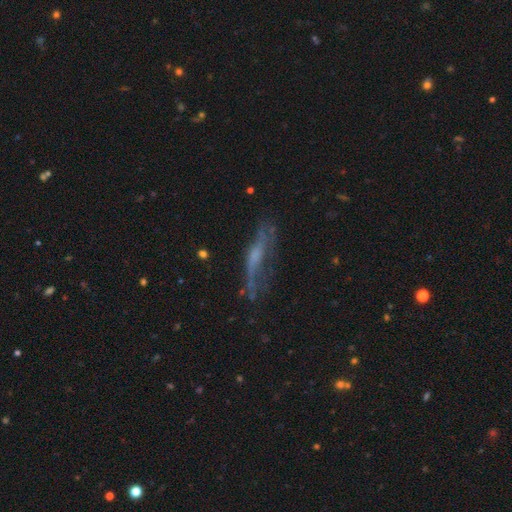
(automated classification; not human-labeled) smooth_or_featured: featured or disk (p=0.59) [alt: smooth p=0.29]
disk_edge_on: yes (p=0.51) [alt: no p=0.49]
merging: none (p=0.49) [alt: minor disturbance p=0.25]